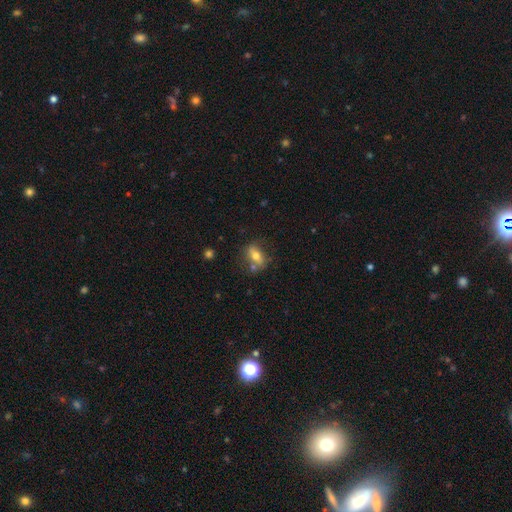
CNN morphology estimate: Smooth or featured?
  - smooth: 59% *
  - featured or disk: 31%
  - star or artifact: 9%
How rounded?
  - in between: 73% *
  - round: 17%
  - cigar-shaped: 10%
Merging?
  - none: 61% *
  - minor disturbance: 18%
  - merger: 14%
  - major disturbance: 7%